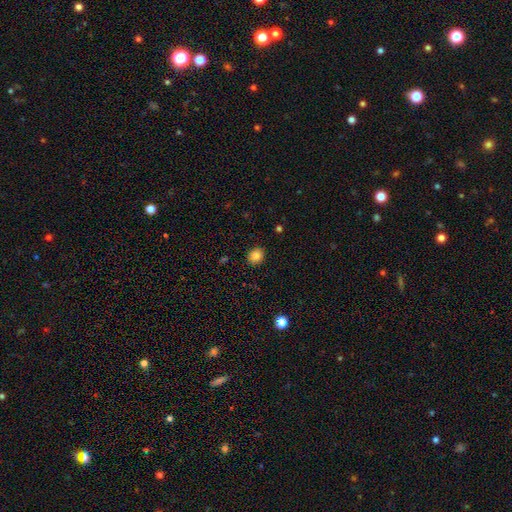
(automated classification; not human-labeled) Smooth or featured? smooth (82%)
How rounded? round (76%)
Merging? none (90%)